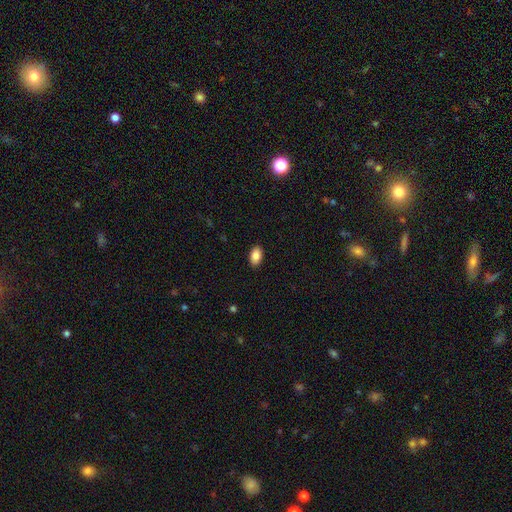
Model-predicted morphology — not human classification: This appears to be a smooth galaxy with no disk features (87%) that is in between round and cigar-shaped (91%). Merging: none (90%).